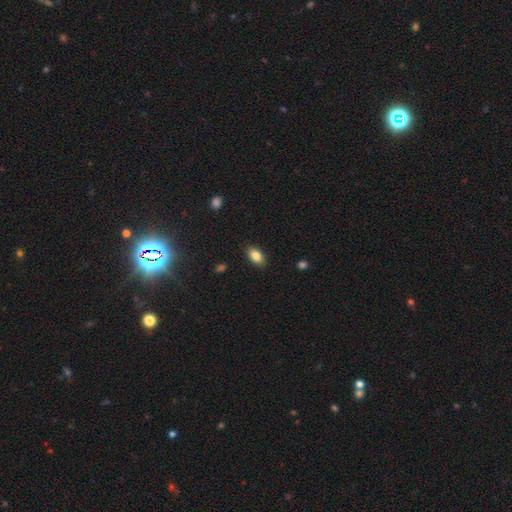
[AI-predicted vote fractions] Q: Smooth or featured?
A: smooth (84%); runner-up: featured or disk (9%)
Q: How rounded?
A: in between (91%); runner-up: round (5%)
Q: Merging?
A: none (88%); runner-up: minor disturbance (9%)